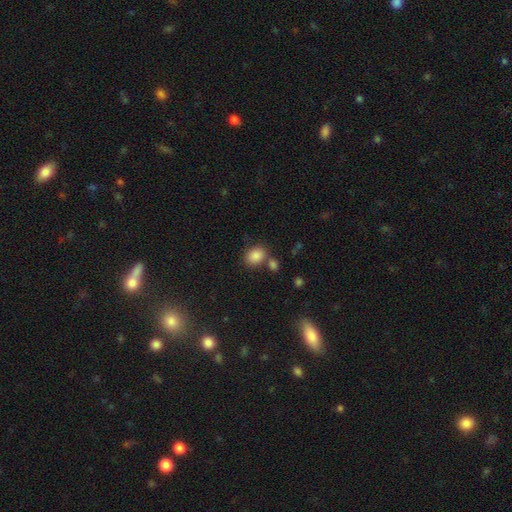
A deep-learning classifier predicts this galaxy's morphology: smooth 86%, star or artifact 9%, featured or disk 5%. Down the decision tree: how rounded — in between (59%); merging — none (64%).